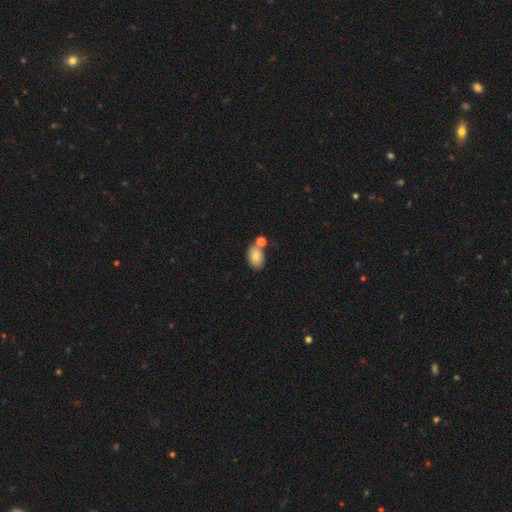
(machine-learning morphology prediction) smooth_or_featured: smooth (p=0.79) [alt: featured or disk p=0.12]
how_rounded: in between (p=0.81) [alt: round p=0.17]
merging: none (p=0.54) [alt: merger p=0.27]